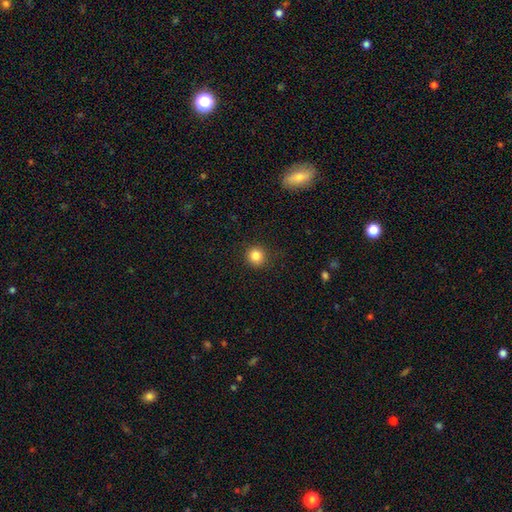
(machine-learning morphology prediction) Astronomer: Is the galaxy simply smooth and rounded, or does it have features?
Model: smooth — 84%.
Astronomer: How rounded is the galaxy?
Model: round — 92%.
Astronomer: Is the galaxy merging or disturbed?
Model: none — 90%.